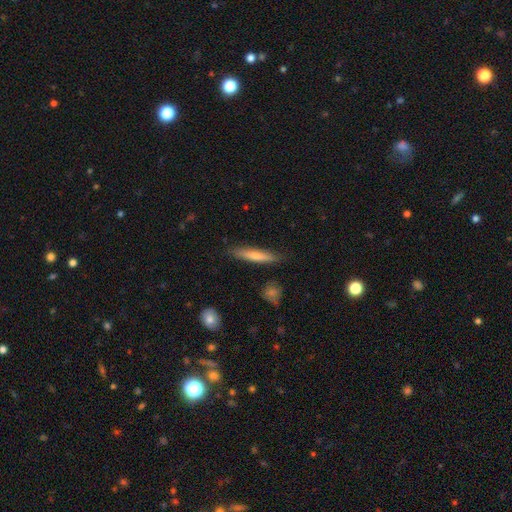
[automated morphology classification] The model was most divided on "smooth or featured": smooth: 71%, featured or disk: 24%, star or artifact: 6%. More confident: how rounded — cigar-shaped (89%); merging — none (85%).